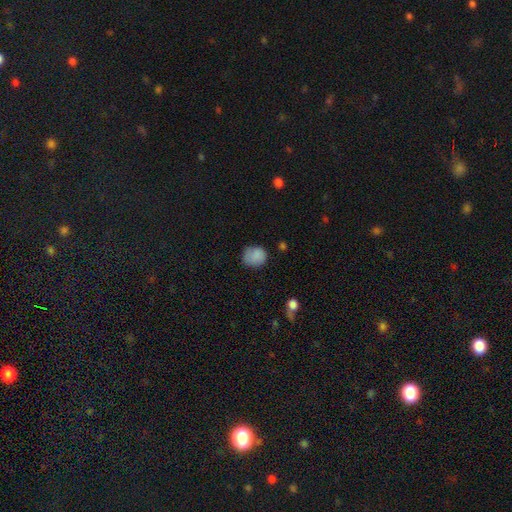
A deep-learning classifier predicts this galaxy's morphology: A smooth galaxy with no disk features (84%) that is round (74%). Merging: none (64%).